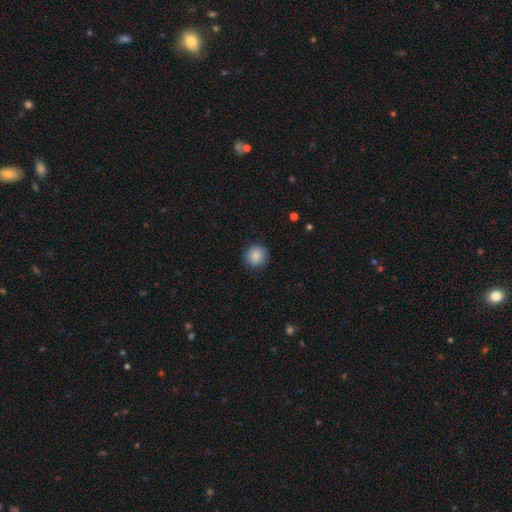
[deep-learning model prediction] A smooth galaxy with no disk features (87%) that is round (90%). Merging: none (88%).